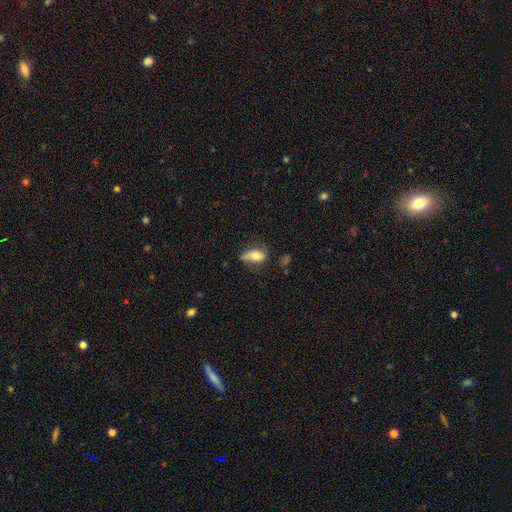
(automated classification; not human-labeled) smooth_or_featured: smooth (p=0.62) [alt: featured or disk p=0.31]
how_rounded: in between (p=0.84) [alt: cigar-shaped p=0.10]
merging: none (p=0.52) [alt: minor disturbance p=0.32]